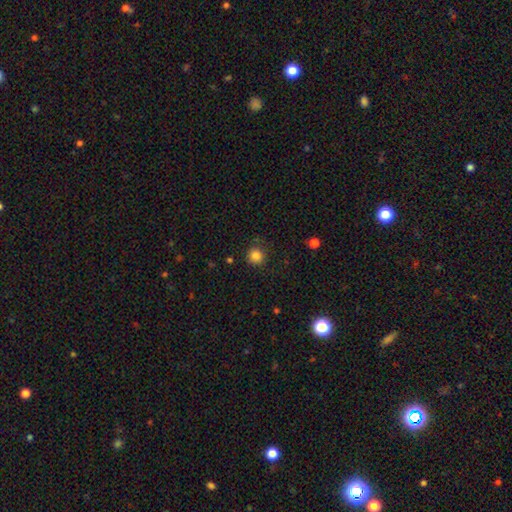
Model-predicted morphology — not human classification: The model was most divided on "smooth or featured": smooth: 84%, star or artifact: 12%, featured or disk: 4%. More confident: how rounded — round (93%); merging — none (87%).